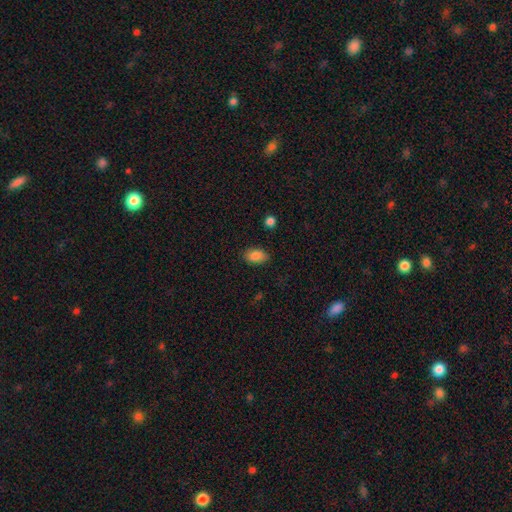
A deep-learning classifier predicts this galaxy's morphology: smooth 87%, star or artifact 8%, featured or disk 5%. Down the decision tree: how rounded — in between (88%); merging — none (85%).